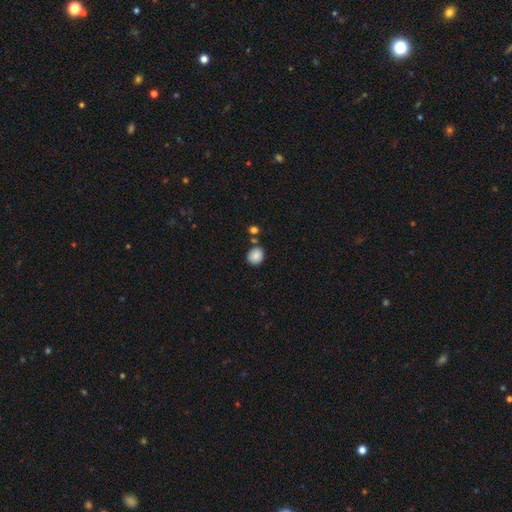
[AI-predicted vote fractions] Morphology: type=smooth (87%); roundness=round (70%); merging=none (76%).